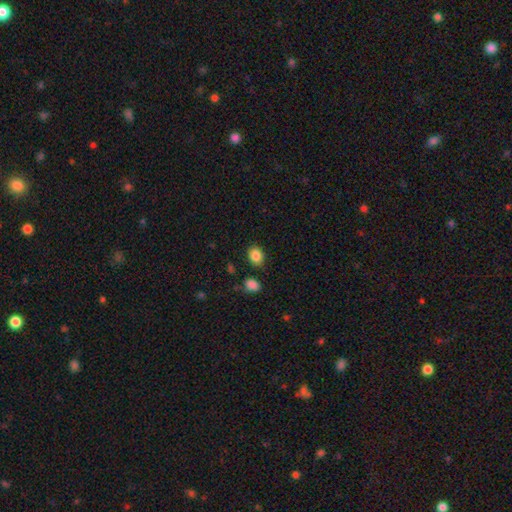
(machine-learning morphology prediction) type=smooth (86%); roundness=in between (55%); merging=none (83%).